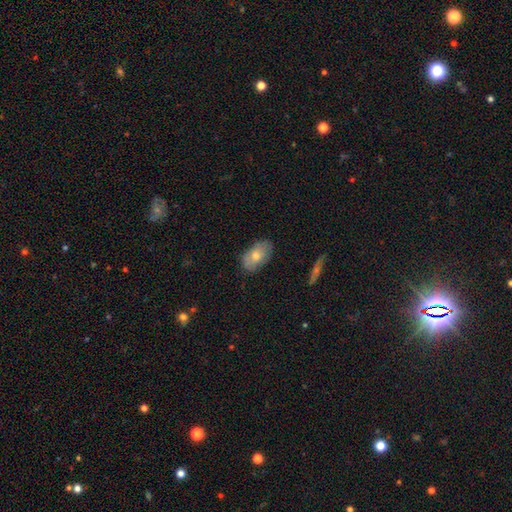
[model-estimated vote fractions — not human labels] Smooth or featured? Predicted: smooth (p=0.64). How rounded? Predicted: in between (p=0.91). Merging? Predicted: none (p=0.82).